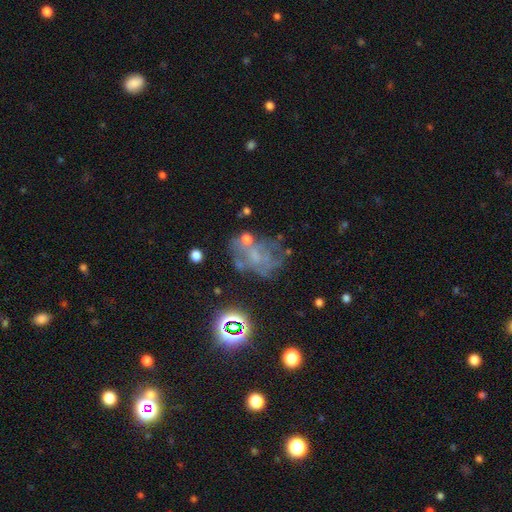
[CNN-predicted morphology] smooth-or-featured: featured or disk: 53% | star or artifact: 26% | smooth: 22%
  disk-edge-on: no: 97% | yes: 3%
    bar: no: 82% | weak: 14% | strong: 4%
    has-spiral-arms: no: 68% | yes: 32%
    bulge-size: none: 50% | small: 29% | moderate: 18% | large: 3% | dominant: 1%
  merging: none: 47% | major disturbance: 23% | minor disturbance: 20% | merger: 10%